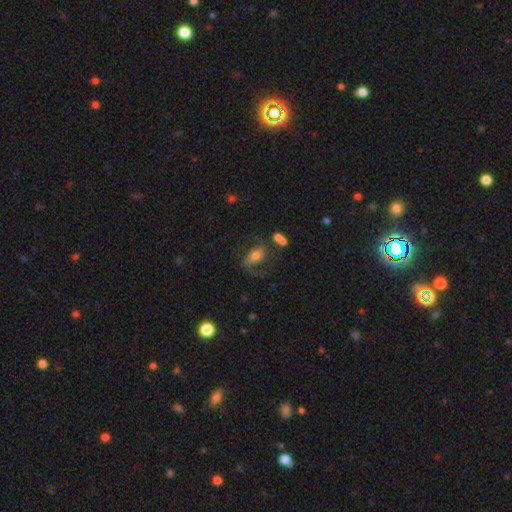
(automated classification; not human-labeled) A featured or disk galaxy (55%) with no bar (52%), spiral arms (79%) and a moderate central bulge (60%).

Vote fractions:
- Smooth or featured? featured or disk: 55% / smooth: 36% / star or artifact: 10%
- Edge-on disk? no: 94% / yes: 6%
- Bar? no: 52% / weak: 31% / strong: 16%
- Spiral arms? yes: 79% / no: 21%
- Bulge size? moderate: 60% / small: 17% / large: 17% / none: 3% / dominant: 2%
- Merging? none: 41% / major disturbance: 30% / minor disturbance: 19% / merger: 10%